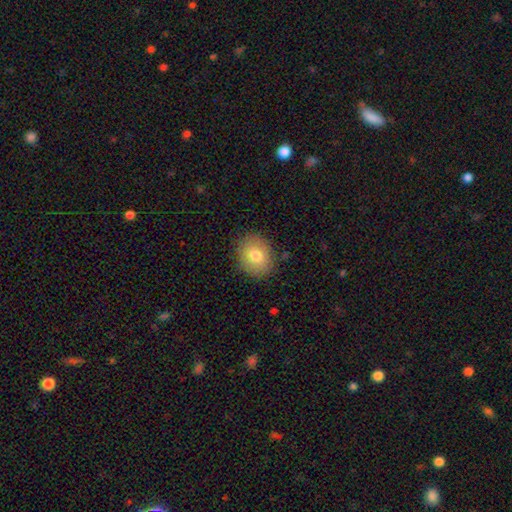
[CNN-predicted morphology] smooth 79%, featured or disk 13%, star or artifact 9%. Down the decision tree: how rounded — round (60%); merging — none (85%).